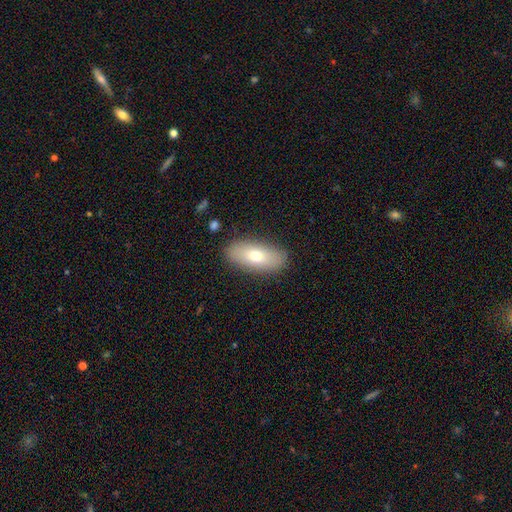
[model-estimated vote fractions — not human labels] A smooth galaxy with no disk features (71%) that is in between round and cigar-shaped (83%). Merging: none (87%).